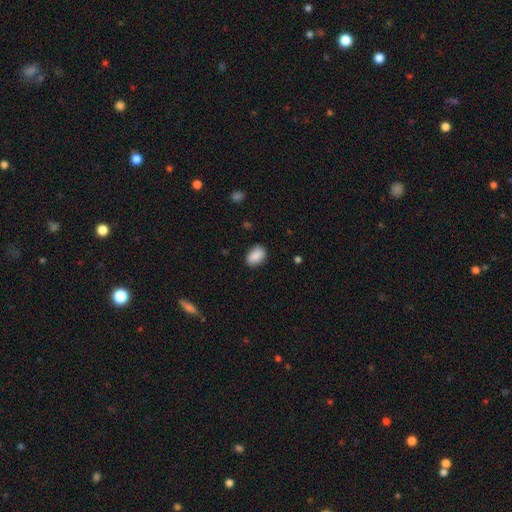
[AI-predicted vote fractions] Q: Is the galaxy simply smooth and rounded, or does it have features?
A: smooth — 88%.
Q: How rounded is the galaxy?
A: in between — 83%.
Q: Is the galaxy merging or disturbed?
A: none — 85%.